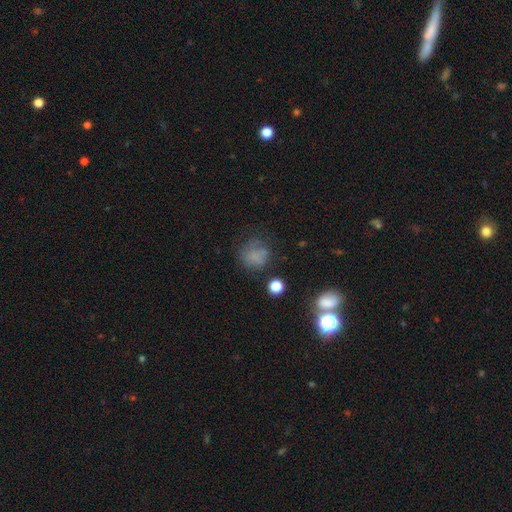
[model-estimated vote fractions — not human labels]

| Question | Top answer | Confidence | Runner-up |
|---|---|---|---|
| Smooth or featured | smooth | 68% | star or artifact (17%) |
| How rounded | round | 75% | in between (24%) |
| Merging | none | 53% | minor disturbance (23%) |